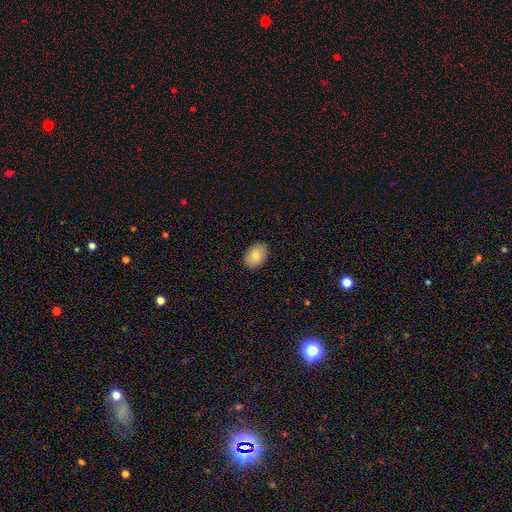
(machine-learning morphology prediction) The model was most divided on "how rounded": in between: 81%, round: 18%, cigar-shaped: 1%. More confident: merging — none (89%); smooth or featured — smooth (81%).